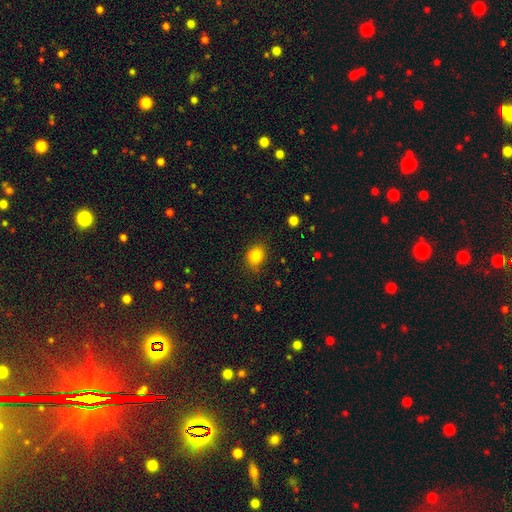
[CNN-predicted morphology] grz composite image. It shows a smooth galaxy with no disk features (83%) that is round (54%). Merging: none (80%).